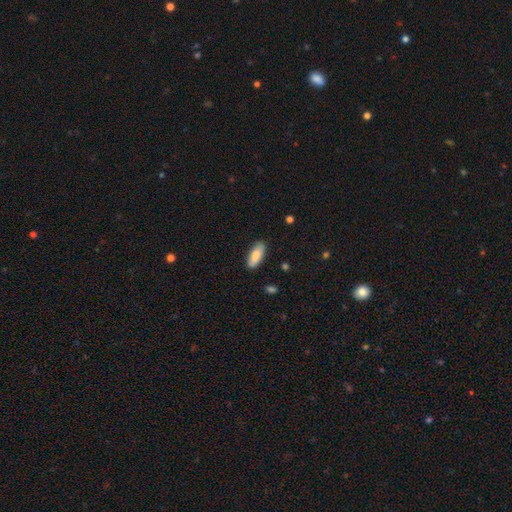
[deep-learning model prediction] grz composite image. It shows a smooth galaxy with no disk features (85%) that is in between round and cigar-shaped (77%). Merging: none (86%).